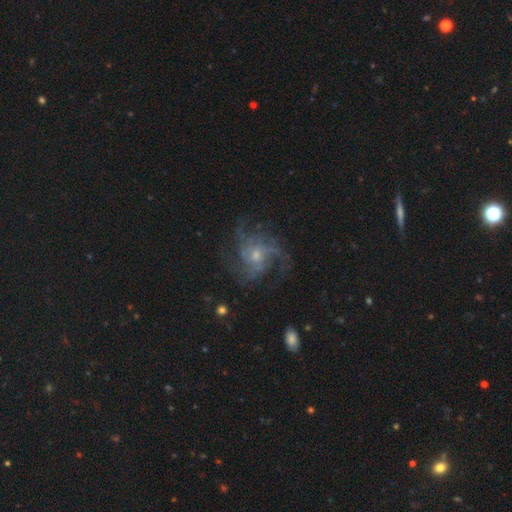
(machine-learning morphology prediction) The model was most divided on "spiral arm count": can't tell: 26%, 4: 25%, 3: 23%, 2: 10%, more than 4: 10%, 1: 7%. Remaining: edge-on disk — no (98%); spiral arms — yes (92%); smooth or featured — featured or disk (81%); bar — no (74%); merging — none (63%); bulge size — small (57%); spiral winding — medium (47%).